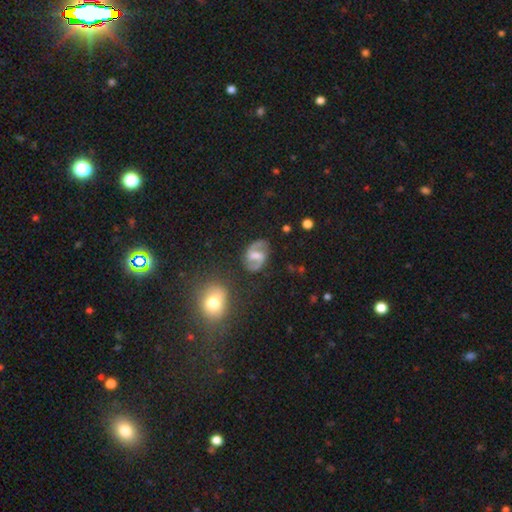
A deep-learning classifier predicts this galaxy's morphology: Smooth or featured?
  - featured or disk: 79% *
  - smooth: 15%
  - star or artifact: 6%
Edge-on disk?
  - no: 97% *
  - yes: 3%
Bar?
  - weak: 51% *
  - strong: 28%
  - no: 21%
Spiral arms?
  - yes: 91% *
  - no: 9%
Spiral winding?
  - medium: 51% *
  - loose: 35%
  - tight: 14%
Spiral arm count?
  - 2: 91% *
  - can't tell: 4%
  - 1: 2%
  - 3: 1%
  - 4: 1%
  - more than 4: 1%
Bulge size?
  - moderate: 47% *
  - small: 34%
  - none: 12%
  - large: 6%
  - dominant: 1%
Merging?
  - none: 77% *
  - minor disturbance: 14%
  - major disturbance: 6%
  - merger: 3%